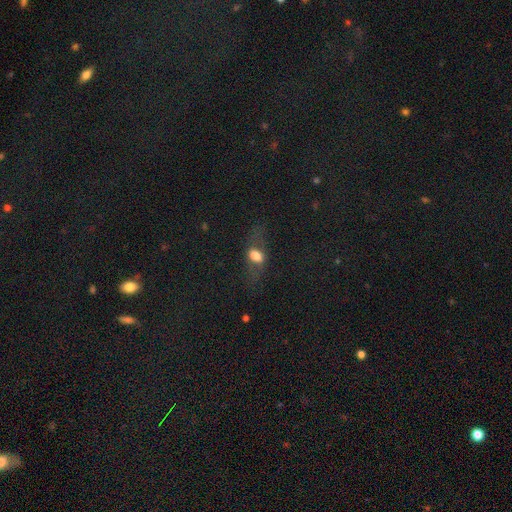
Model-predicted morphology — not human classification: A smooth galaxy with no disk features (56%) that is in between round and cigar-shaped (73%).

Vote fractions:
- Smooth or featured? smooth: 56% / featured or disk: 30% / star or artifact: 14%
- How rounded? in between: 73% / round: 15% / cigar-shaped: 12%
- Merging? none: 58% / major disturbance: 20% / minor disturbance: 19% / merger: 3%